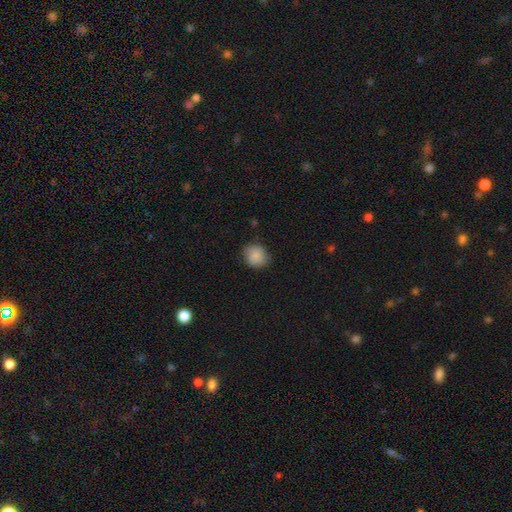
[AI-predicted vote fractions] This is clearly a smooth galaxy (87%). How rounded: likely round (74%). Merging: likely none (79%).